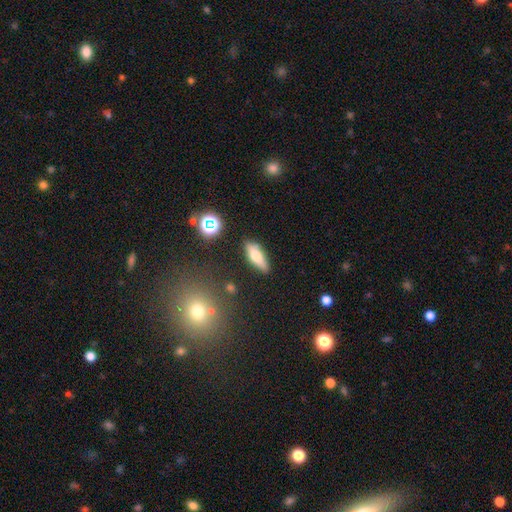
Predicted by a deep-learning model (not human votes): Smooth or featured? Predicted: smooth (p=0.62). How rounded? Predicted: in between (p=0.54). Merging? Predicted: none (p=0.83).